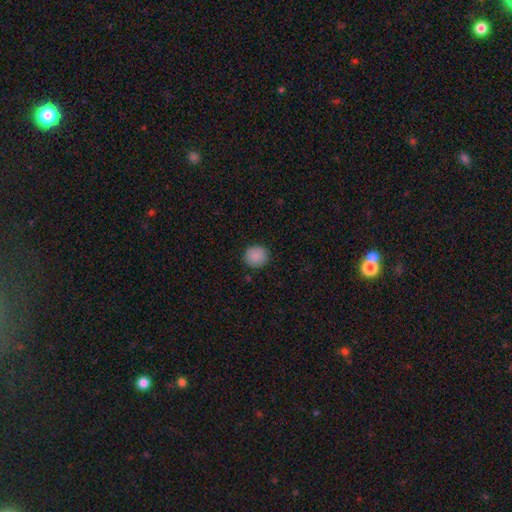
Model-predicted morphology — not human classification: Overall: smooth (88%). How rounded: round (92%). Merging: none (90%).